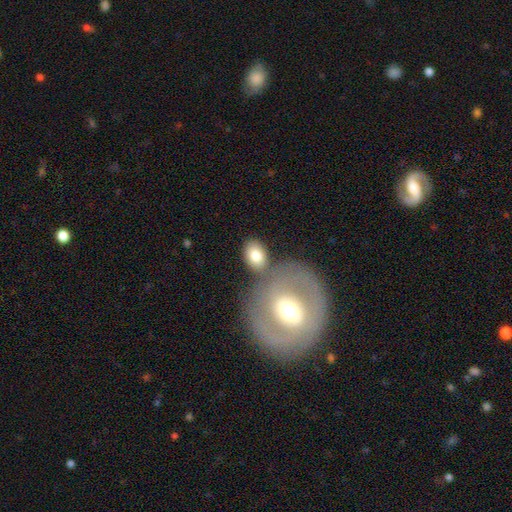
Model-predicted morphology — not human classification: This is likely a smooth galaxy (77%). How rounded: likely in between (79%). Merging: likely none (60%).